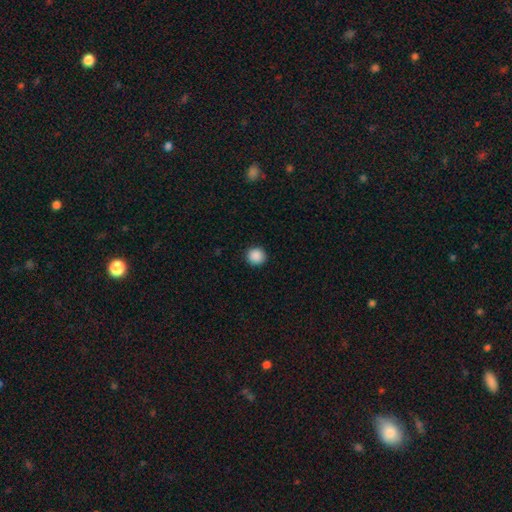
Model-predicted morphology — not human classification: smooth 89%, star or artifact 9%, featured or disk 2%. Down the decision tree: how rounded — round (94%); merging — none (92%).